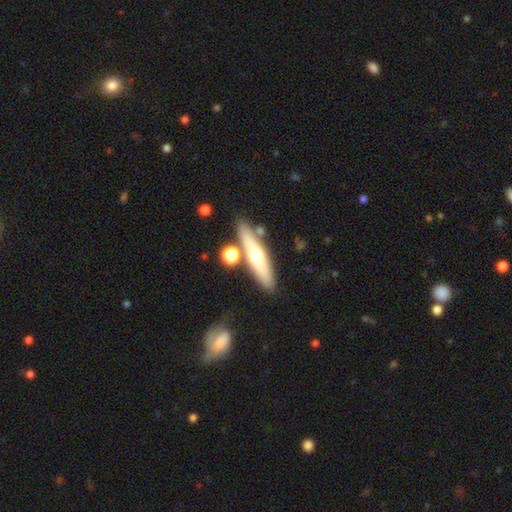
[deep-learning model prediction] This is possibly a smooth galaxy (48%). Merging: likely none (77%).